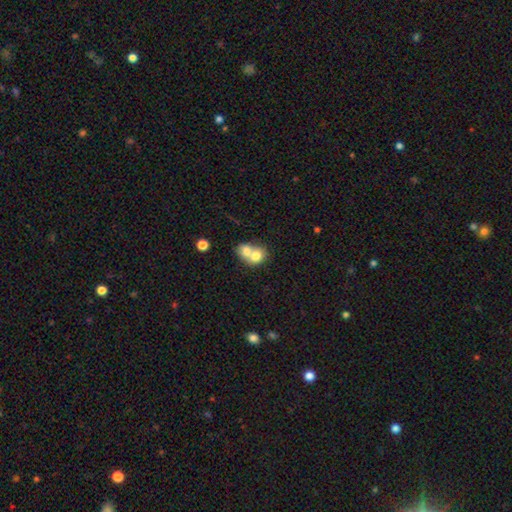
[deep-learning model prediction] This appears to be a smooth galaxy with no disk features (73%) that is round (56%). Merging: merger (74%).